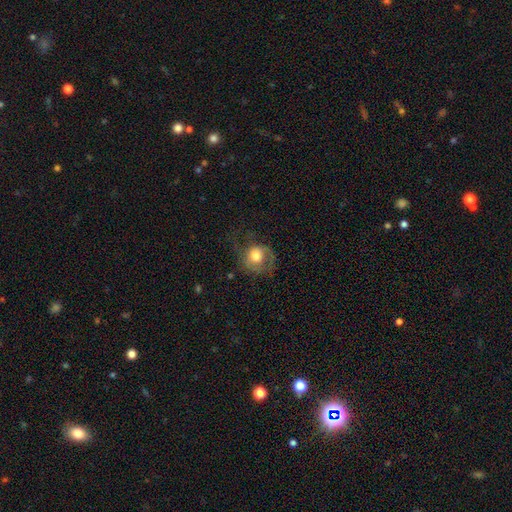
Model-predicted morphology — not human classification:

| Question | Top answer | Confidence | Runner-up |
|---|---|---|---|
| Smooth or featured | smooth | 53% | featured or disk (39%) |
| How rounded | round | 76% | in between (23%) |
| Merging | none | 44% | major disturbance (33%) |